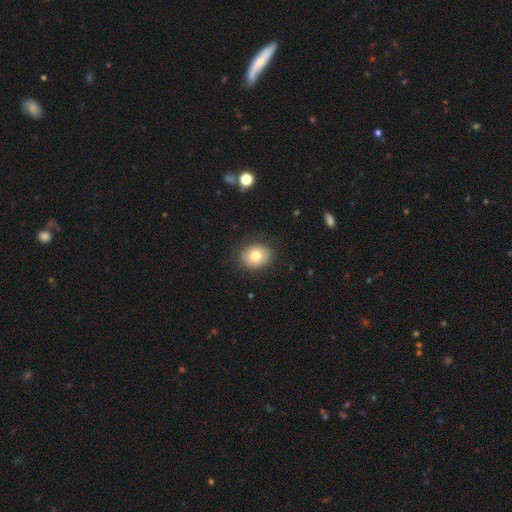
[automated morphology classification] This appears to be a smooth galaxy with no disk features (76%) that is round (57%). Merging: none (85%).